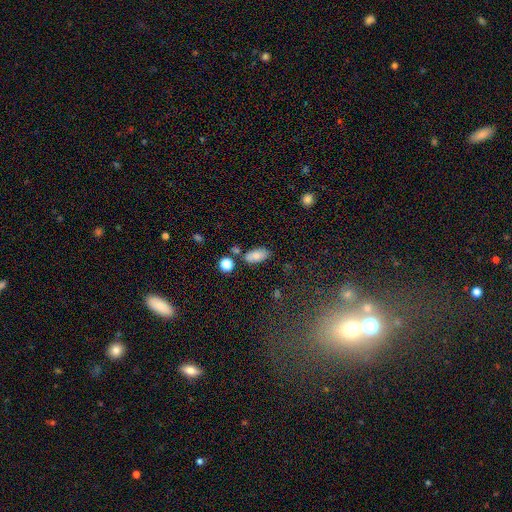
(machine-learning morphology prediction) smooth-or-featured: smooth: 81% | featured or disk: 10% | star or artifact: 9%
  how-rounded: in between: 89% | cigar-shaped: 7% | round: 4%
  merging: none: 73% | minor disturbance: 16% | merger: 7% | major disturbance: 4%